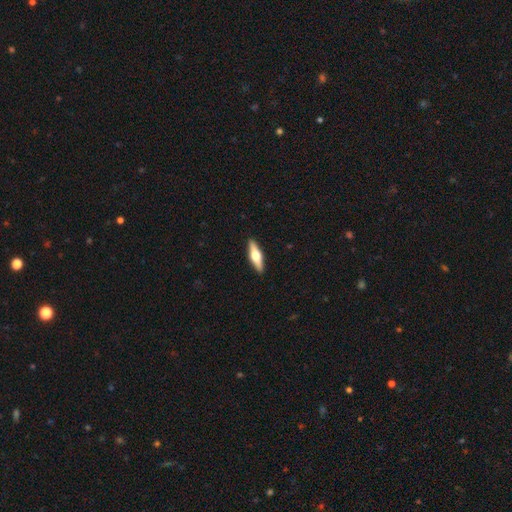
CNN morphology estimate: A featured or disk galaxy (54%) viewed edge-on (95%) with a rounded central bulge (95%).

Vote fractions:
- Smooth or featured? featured or disk: 54% / smooth: 40% / star or artifact: 5%
- Edge-on disk? yes: 95% / no: 5%
- Edge-on bulge? rounded: 95% / boxy: 3% / none: 2%
- Merging? none: 91% / minor disturbance: 6% / major disturbance: 1% / merger: 1%